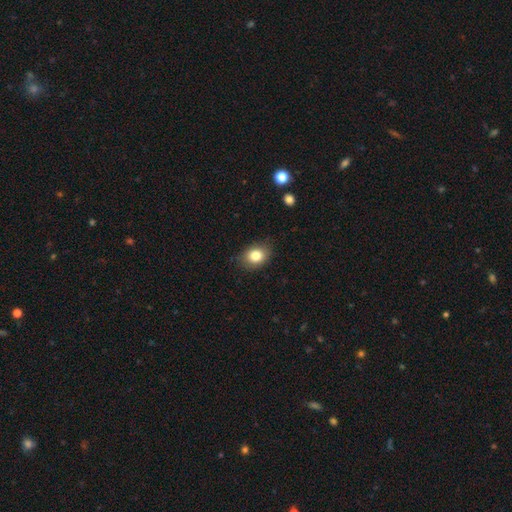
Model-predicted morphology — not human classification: A smooth galaxy with no disk features (82%) that is in between round and cigar-shaped (51%). Merging: none (80%).